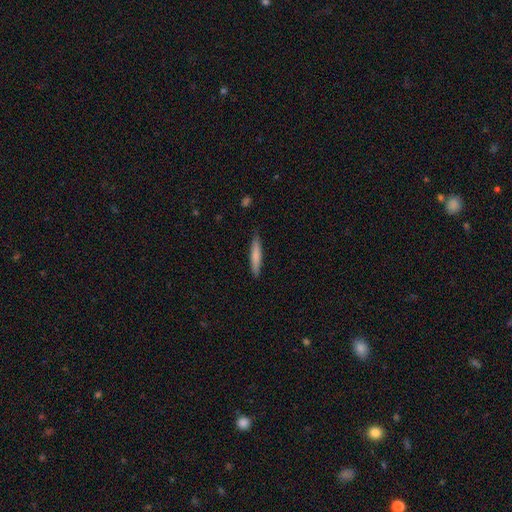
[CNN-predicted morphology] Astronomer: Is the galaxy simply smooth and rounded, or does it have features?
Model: smooth — 78%.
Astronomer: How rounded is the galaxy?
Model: cigar-shaped — 92%.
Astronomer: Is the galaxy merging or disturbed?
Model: none — 87%.